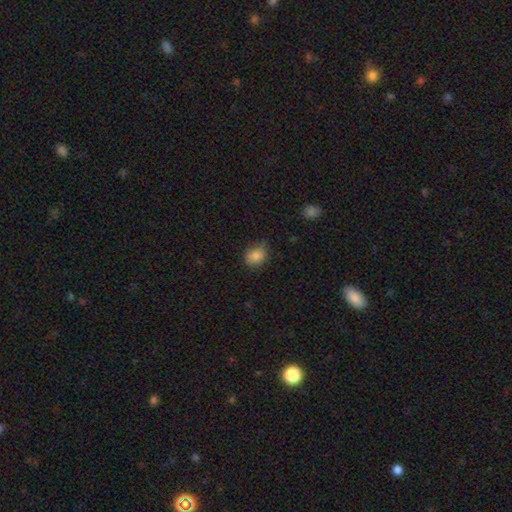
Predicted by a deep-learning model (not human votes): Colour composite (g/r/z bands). It shows a smooth galaxy with no disk features (84%) that is round (53%). Merging: none (62%).